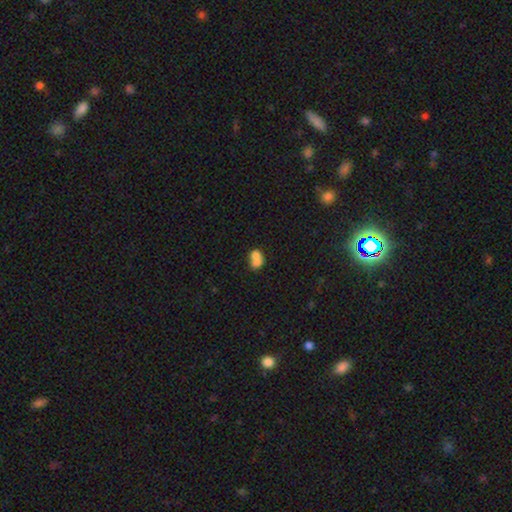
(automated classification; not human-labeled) Smooth or featured?
  - smooth: 70% *
  - featured or disk: 20%
  - star or artifact: 11%
How rounded?
  - in between: 53% *
  - round: 46%
  - cigar-shaped: 1%
Merging?
  - merger: 65% *
  - none: 22%
  - minor disturbance: 8%
  - major disturbance: 5%